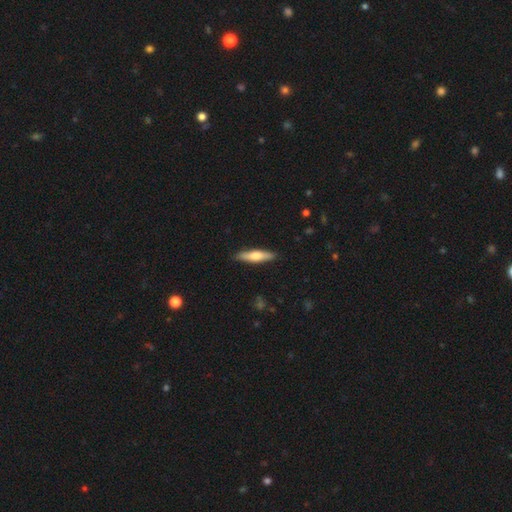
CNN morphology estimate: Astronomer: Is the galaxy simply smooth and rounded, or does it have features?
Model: smooth — 62%.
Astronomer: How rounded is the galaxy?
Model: cigar-shaped — 77%.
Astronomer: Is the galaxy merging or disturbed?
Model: none — 89%.